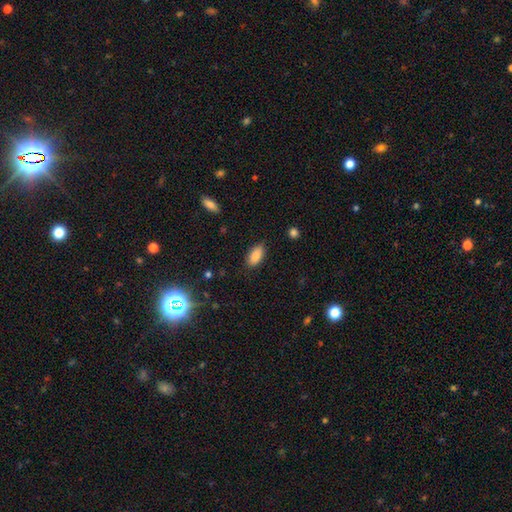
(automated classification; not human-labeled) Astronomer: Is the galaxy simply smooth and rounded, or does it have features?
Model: smooth — 87%.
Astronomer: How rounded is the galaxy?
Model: in between — 90%.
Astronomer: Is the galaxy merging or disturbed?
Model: none — 81%.